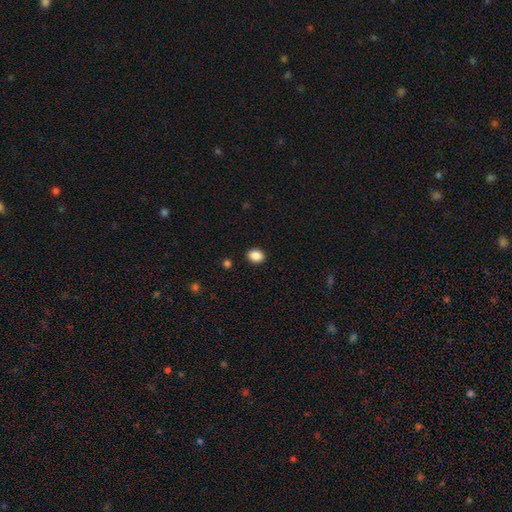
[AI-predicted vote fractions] This appears to be a smooth galaxy with no disk features (88%) that is in between round and cigar-shaped (54%). Merging: none (90%).